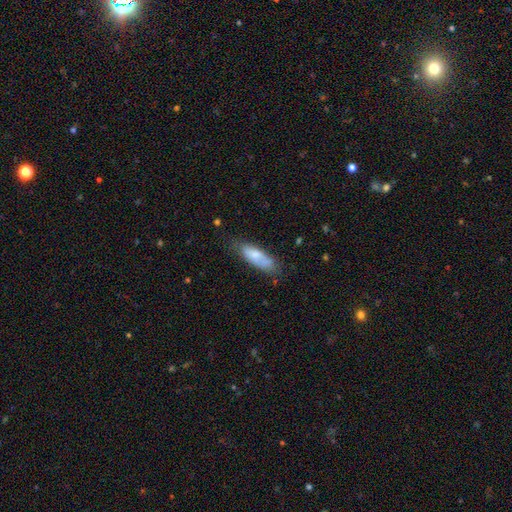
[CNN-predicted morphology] A smooth galaxy with no disk features (70%) that is in between round and cigar-shaped (59%).

Vote fractions:
- Smooth or featured? smooth: 70% / featured or disk: 24% / star or artifact: 7%
- How rounded? in between: 59% / cigar-shaped: 39% / round: 2%
- Merging? none: 62% / minor disturbance: 27% / major disturbance: 7% / merger: 4%